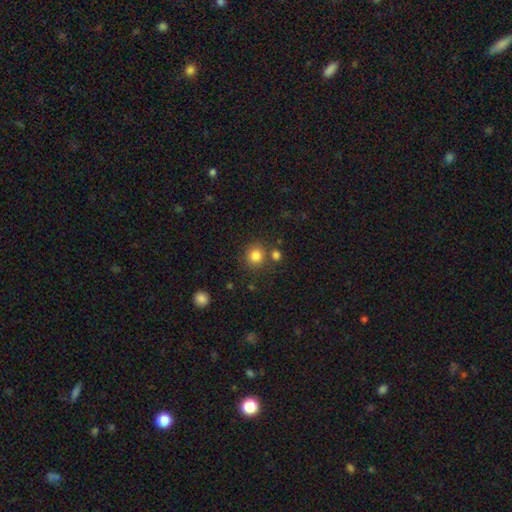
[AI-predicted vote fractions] The model was most divided on "merging": none: 76%, merger: 12%, minor disturbance: 9%, major disturbance: 3%. More confident: how rounded — round (90%); smooth or featured — smooth (82%).